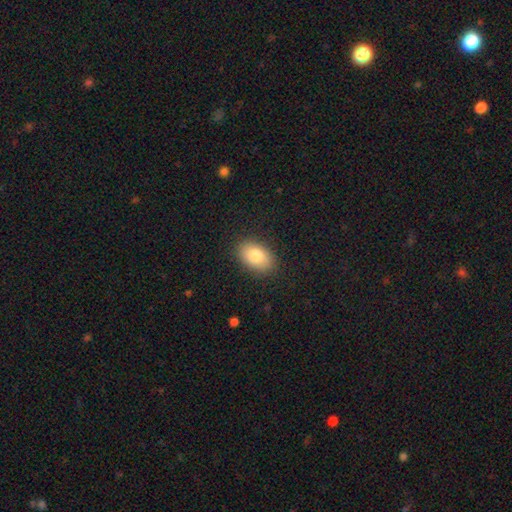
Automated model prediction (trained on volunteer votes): A smooth galaxy with no disk features (81%) that is in between round and cigar-shaped (89%). Merging: none (87%).